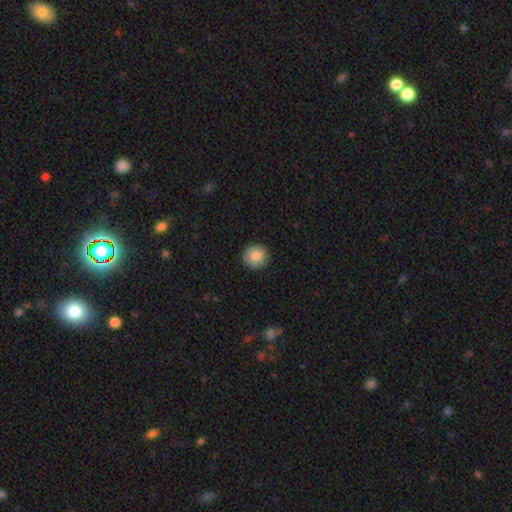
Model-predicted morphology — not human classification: type=smooth (84%); roundness=round (91%); merging=none (90%).